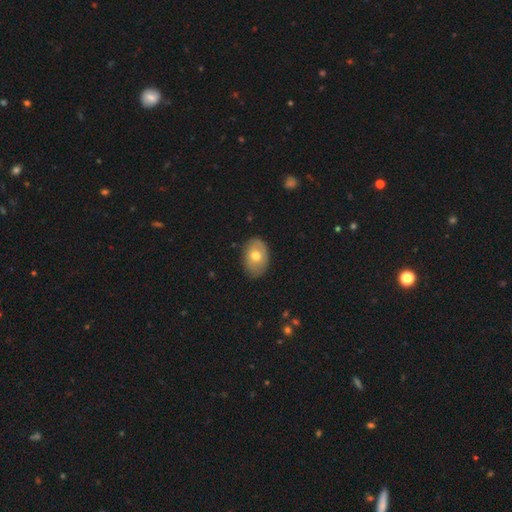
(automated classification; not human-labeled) This is likely a smooth galaxy (63%). How rounded: clearly in between (81%). Merging: likely none (78%).